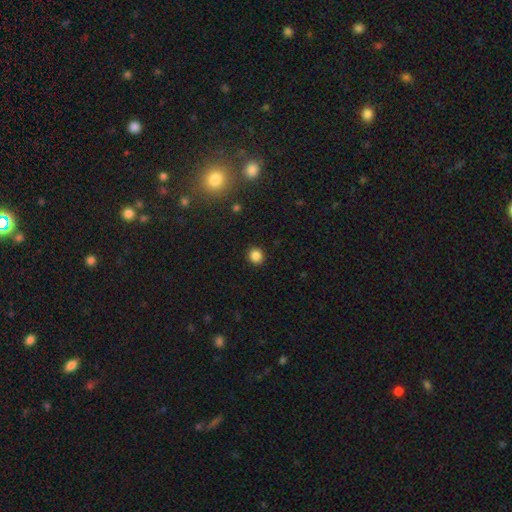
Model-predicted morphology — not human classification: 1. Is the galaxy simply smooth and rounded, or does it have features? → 84% smooth, 12% star or artifact, 4% featured or disk.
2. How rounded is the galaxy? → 86% round, 13% in between, 1% cigar-shaped.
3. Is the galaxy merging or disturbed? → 91% none, 6% minor disturbance, 2% major disturbance, 1% merger.